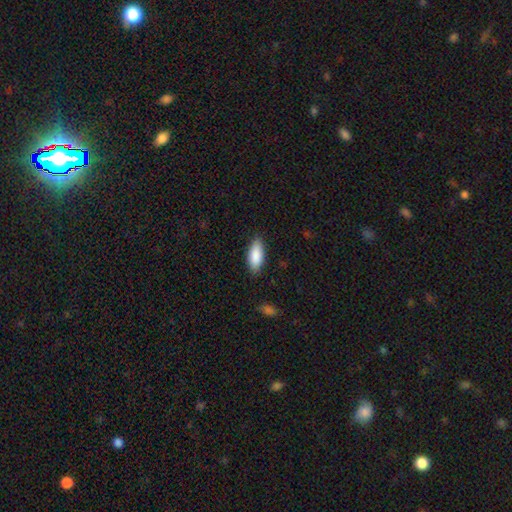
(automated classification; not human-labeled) smooth 89%, featured or disk 6%, star or artifact 6%. Down the decision tree: how rounded — in between (82%); merging — none (86%).